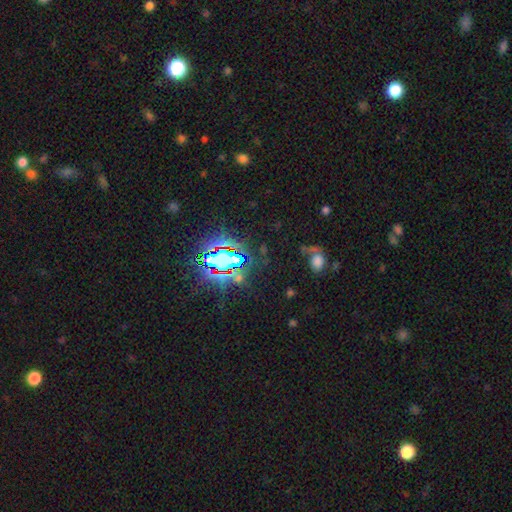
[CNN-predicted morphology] Smooth or featured?
  - star or artifact: 74% *
  - smooth: 14%
  - featured or disk: 12%